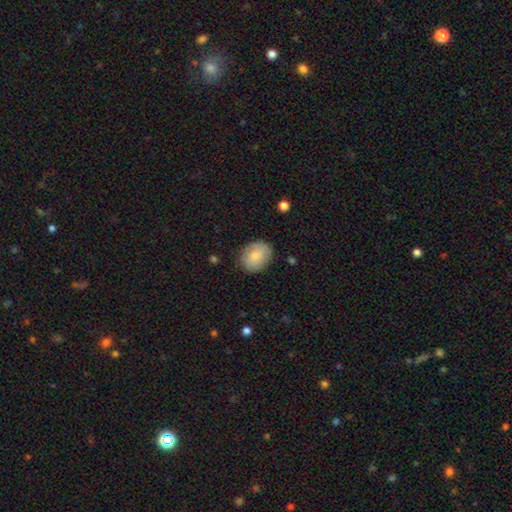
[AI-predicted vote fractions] A smooth galaxy with no disk features (80%) that is in between round and cigar-shaped (64%). Merging: none (82%).